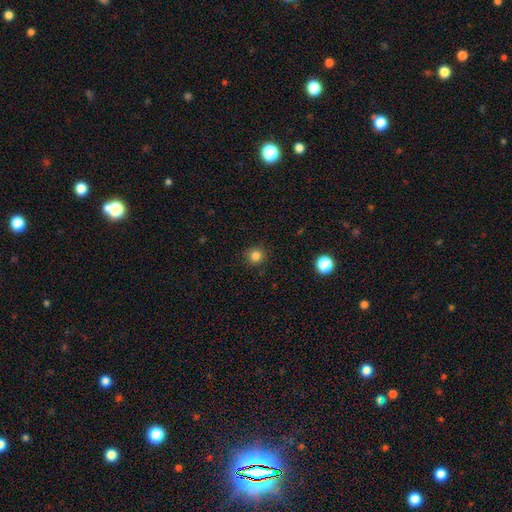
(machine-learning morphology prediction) Smooth or featured?
  - smooth: 83% *
  - star or artifact: 13%
  - featured or disk: 4%
How rounded?
  - round: 92% *
  - in between: 7%
  - cigar-shaped: 1%
Merging?
  - none: 89% *
  - minor disturbance: 7%
  - major disturbance: 2%
  - merger: 1%